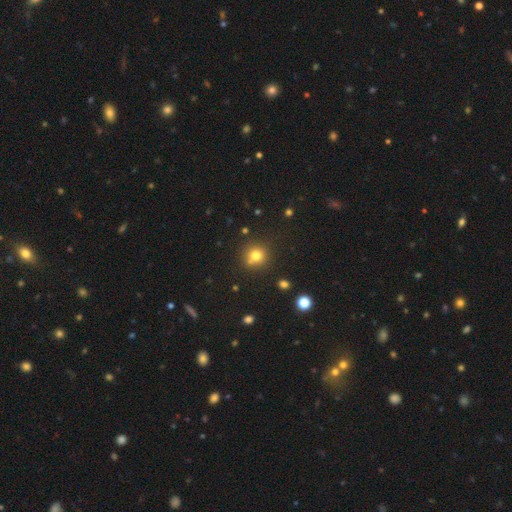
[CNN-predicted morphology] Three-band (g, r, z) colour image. It shows a smooth galaxy with no disk features (76%) that is round (90%). Merging: none (72%).